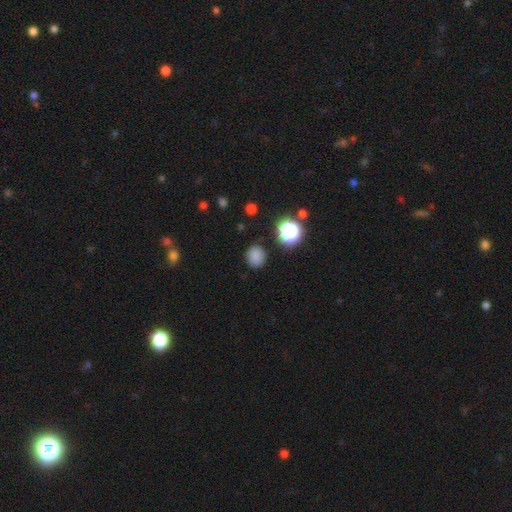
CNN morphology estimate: type=smooth (79%); roundness=round (75%); merging=none (84%).